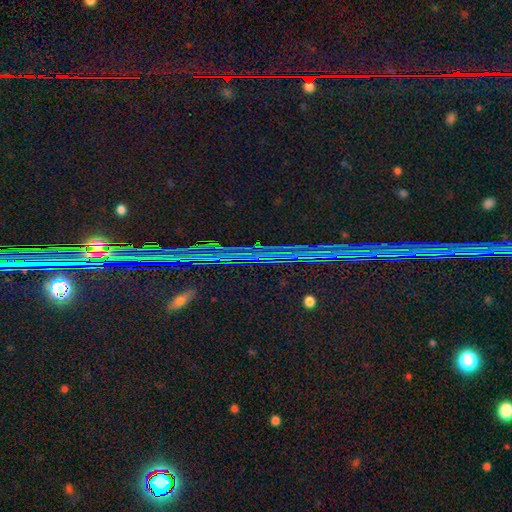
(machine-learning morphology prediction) star or artifact 86%, featured or disk 7%, smooth 6%.